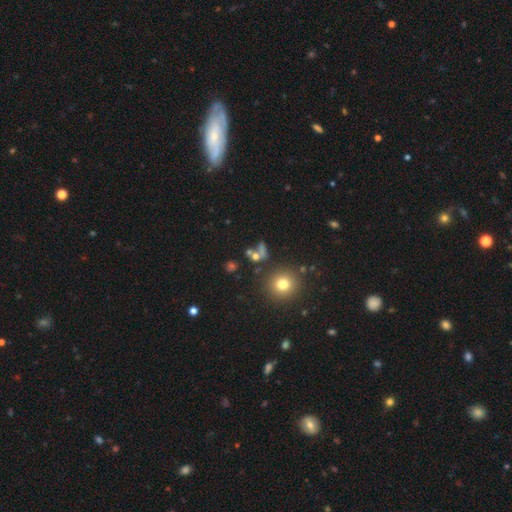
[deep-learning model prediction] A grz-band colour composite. It shows a smooth galaxy with no disk features (58%) that is round (67%). Merging: none (54%).